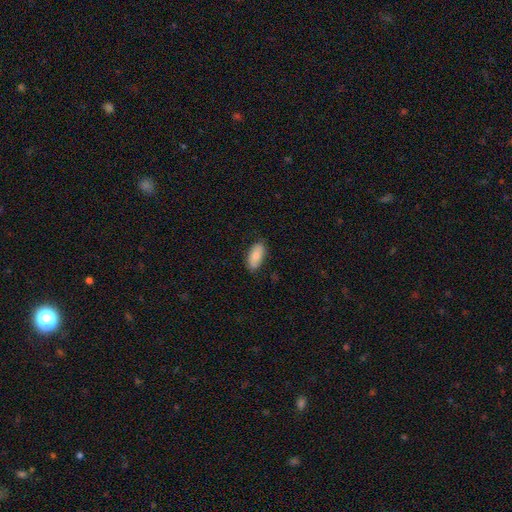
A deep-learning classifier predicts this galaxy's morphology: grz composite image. It shows a smooth galaxy with no disk features (82%) that is in between round and cigar-shaped (92%). Merging: none (83%).